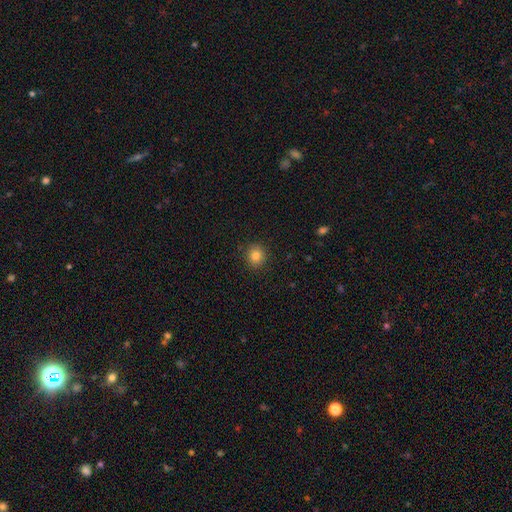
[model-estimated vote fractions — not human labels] Overall: smooth (83%). How rounded: round (88%). Merging: none (91%).